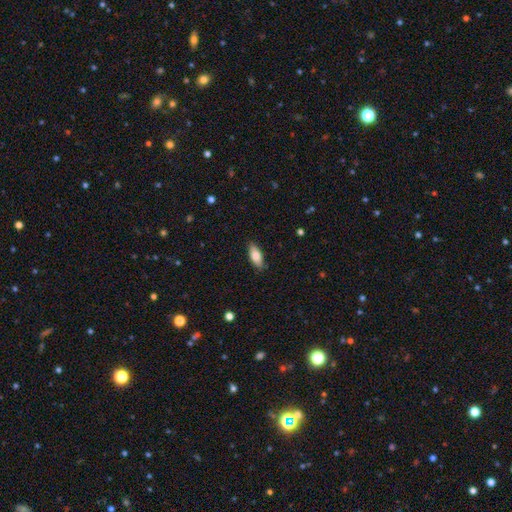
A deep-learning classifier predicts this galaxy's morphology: A smooth galaxy with no disk features (76%) that is in between round and cigar-shaped (76%). Merging: none (87%).